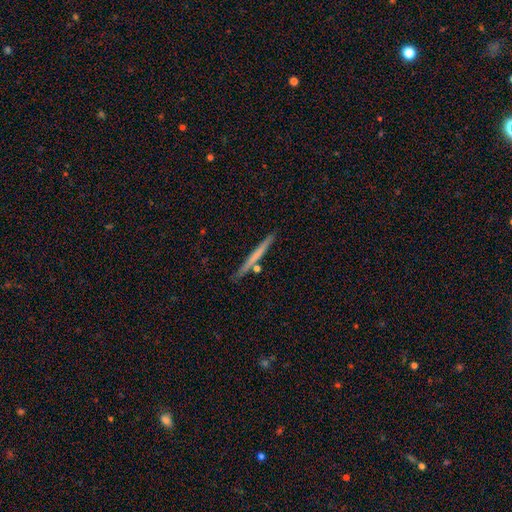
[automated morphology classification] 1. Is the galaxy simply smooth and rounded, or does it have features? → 55% smooth, 39% featured or disk, 6% star or artifact.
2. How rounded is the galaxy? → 97% cigar-shaped, 2% in between, 2% round.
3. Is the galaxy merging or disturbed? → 87% none, 8% minor disturbance, 4% merger, 2% major disturbance.